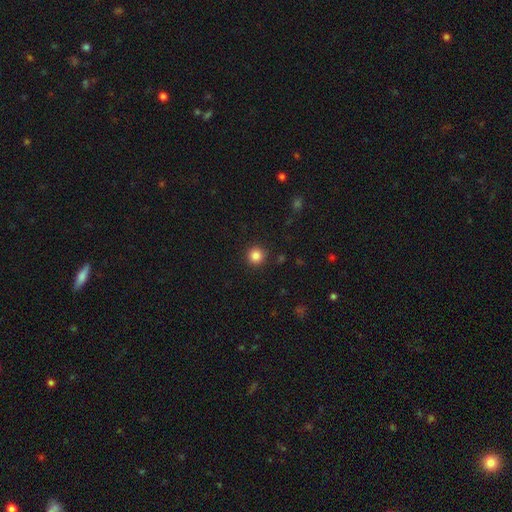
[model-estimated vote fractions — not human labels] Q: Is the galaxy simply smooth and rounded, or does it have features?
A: smooth — 85%.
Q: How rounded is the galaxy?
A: round — 95%.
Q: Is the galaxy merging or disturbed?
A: none — 91%.